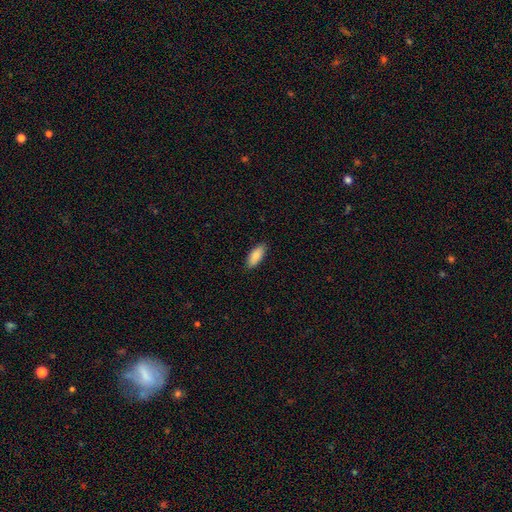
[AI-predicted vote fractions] Smooth or featured? smooth (88%)
How rounded? in between (83%)
Merging? none (87%)